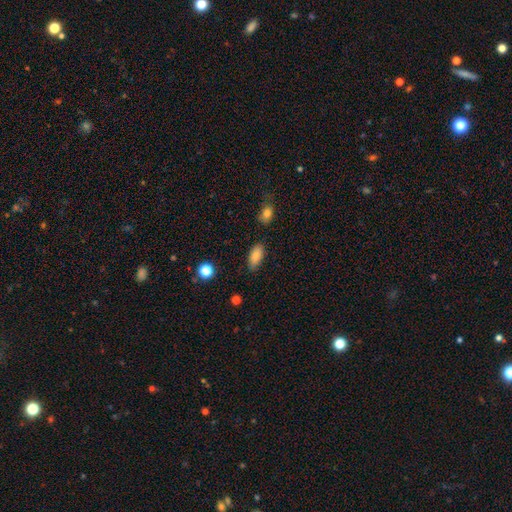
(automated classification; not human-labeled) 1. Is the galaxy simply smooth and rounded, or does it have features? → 82% smooth, 10% featured or disk, 8% star or artifact.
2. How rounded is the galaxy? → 90% in between, 7% cigar-shaped, 3% round.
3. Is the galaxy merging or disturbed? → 82% none, 13% minor disturbance, 3% major disturbance, 2% merger.